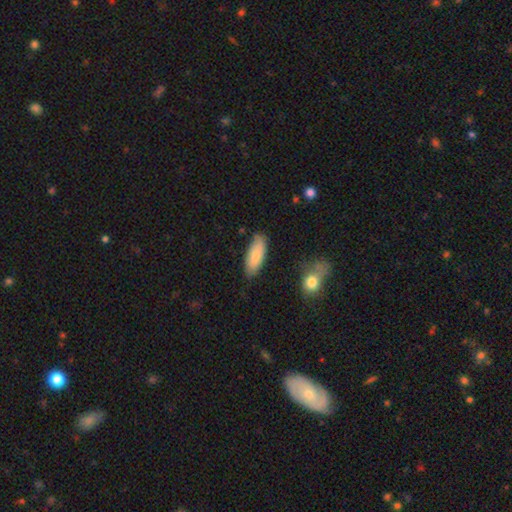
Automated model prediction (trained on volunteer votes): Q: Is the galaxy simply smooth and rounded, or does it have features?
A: smooth — 78%.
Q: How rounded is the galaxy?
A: in between — 78%.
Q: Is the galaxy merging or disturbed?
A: none — 75%.